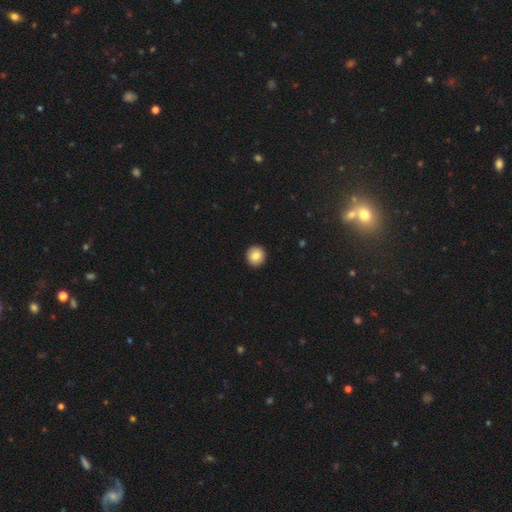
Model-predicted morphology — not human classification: Overall: smooth (84%). How rounded: round (92%). Merging: none (93%).